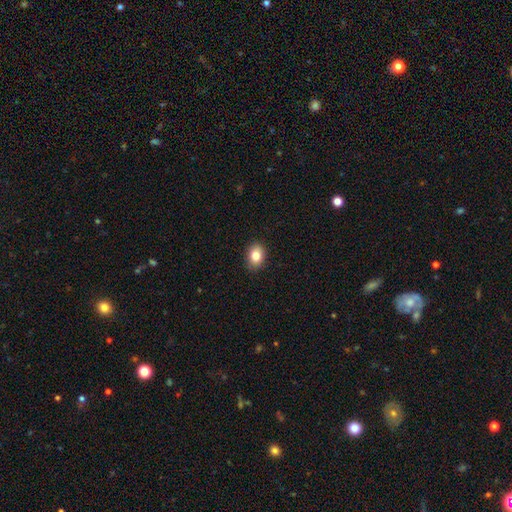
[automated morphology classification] This is clearly a smooth galaxy (83%). How rounded: likely in between (64%). Merging: clearly none (89%).